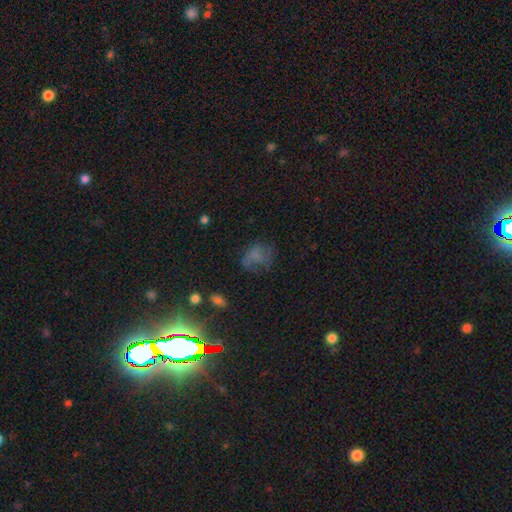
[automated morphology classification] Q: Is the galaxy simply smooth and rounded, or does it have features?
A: smooth — 53%.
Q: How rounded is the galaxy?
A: in between — 57%.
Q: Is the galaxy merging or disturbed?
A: none — 42%.